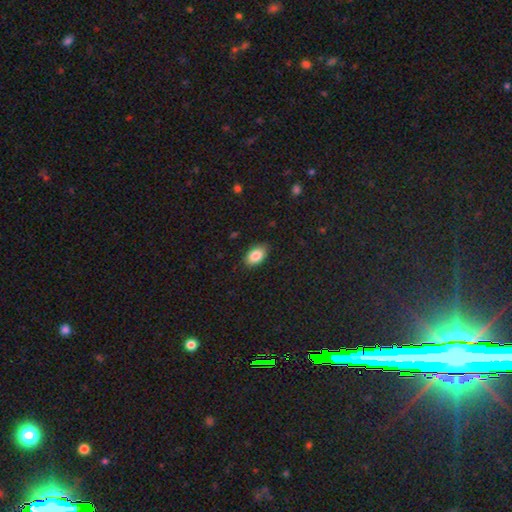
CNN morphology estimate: smooth-or-featured: smooth: 85% | star or artifact: 8% | featured or disk: 7%
  how-rounded: in between: 92% | round: 6% | cigar-shaped: 2%
  merging: none: 84% | minor disturbance: 12% | major disturbance: 2% | merger: 1%